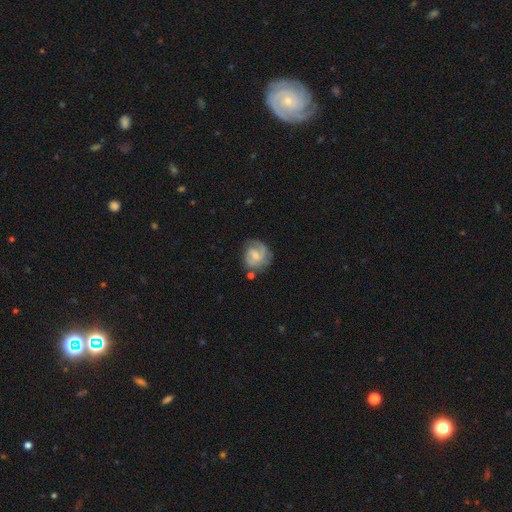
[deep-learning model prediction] A featured or disk galaxy (64%) with a weak bar (50%), 2 (48%) tight (44%) spiral arms (85%) and a small central bulge (54%).

Vote fractions:
- Smooth or featured? featured or disk: 64% / smooth: 30% / star or artifact: 7%
- Edge-on disk? no: 98% / yes: 2%
- Bar? weak: 50% / no: 40% / strong: 10%
- Spiral arms? yes: 85% / no: 15%
- Spiral winding? tight: 44% / medium: 39% / loose: 17%
- Spiral arm count? 2: 48% / can't tell: 22% / 1: 20% / 3: 6% / 4: 2% / more than 4: 2%
- Bulge size? small: 54% / moderate: 36% / none: 7% / large: 2% / dominant: 1%
- Merging? none: 61% / minor disturbance: 23% / major disturbance: 11% / merger: 5%